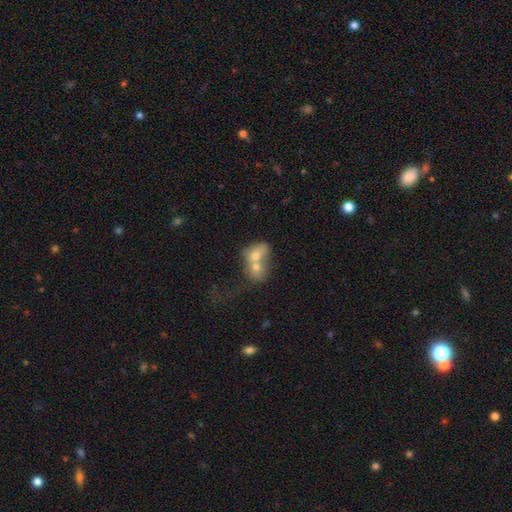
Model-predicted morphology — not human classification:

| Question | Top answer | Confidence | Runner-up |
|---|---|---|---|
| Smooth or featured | smooth | 63% | featured or disk (27%) |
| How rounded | in between | 60% | round (38%) |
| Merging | merger | 76% | none (13%) |